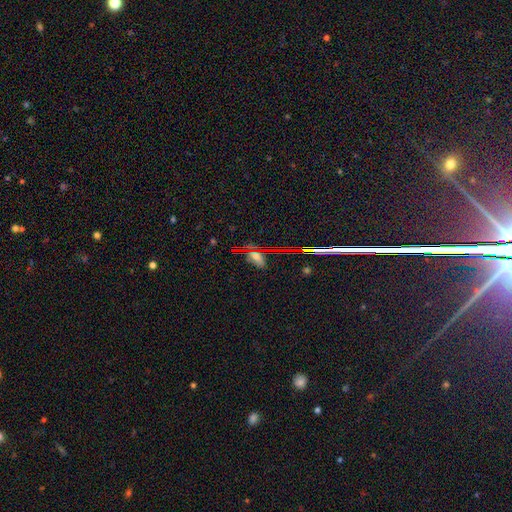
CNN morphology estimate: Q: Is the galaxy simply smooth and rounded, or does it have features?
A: star or artifact — 43%, tied with smooth.